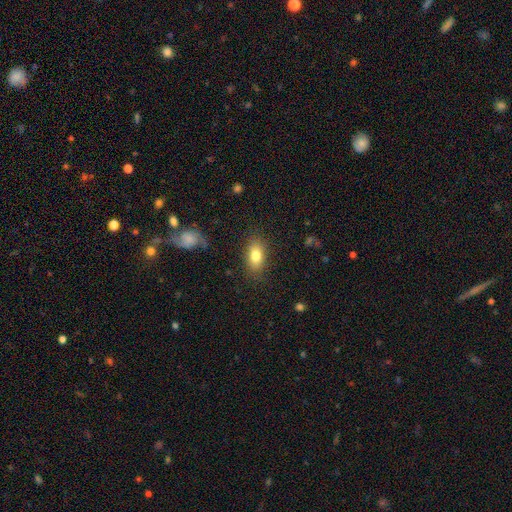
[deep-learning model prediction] smooth-or-featured: smooth: 80% | featured or disk: 12% | star or artifact: 8%
  how-rounded: in between: 87% | round: 9% | cigar-shaped: 4%
  merging: none: 83% | minor disturbance: 12% | major disturbance: 4% | merger: 1%